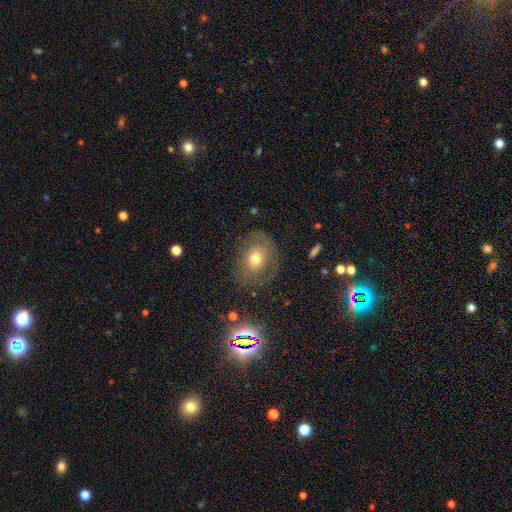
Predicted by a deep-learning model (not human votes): smooth 35%, star or artifact 34%, featured or disk 31%. Down the decision tree: merging — none (80%).